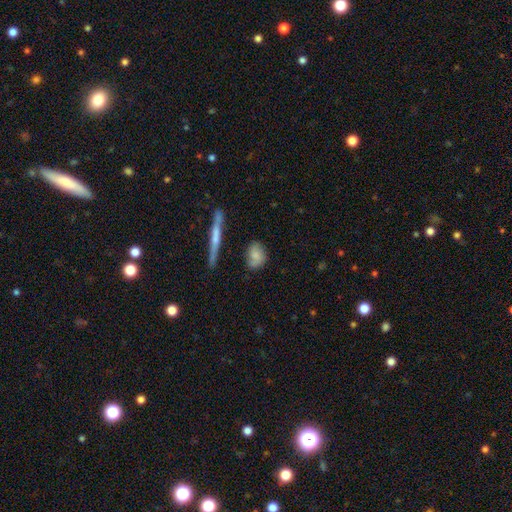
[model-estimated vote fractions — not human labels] smooth_or_featured: smooth (p=0.70) [alt: featured or disk p=0.23]
how_rounded: in between (p=0.57) [alt: round p=0.36]
merging: none (p=0.70) [alt: minor disturbance p=0.21]